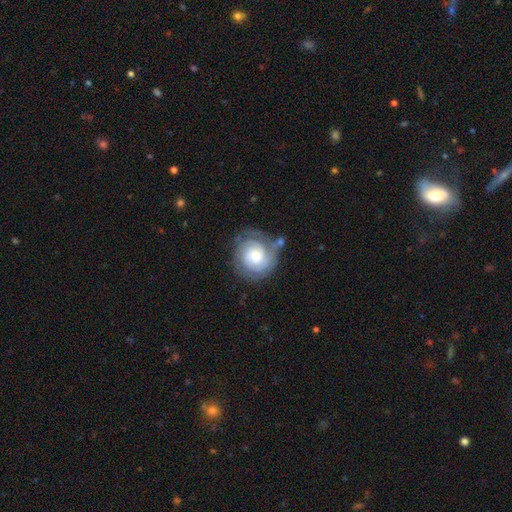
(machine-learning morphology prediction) Smooth or featured? featured or disk (76%)
Edge-on disk? no (98%)
Bar? no (70%)
Spiral arms? yes (91%)
Spiral winding? tight (74%)
Spiral arm count? 2 (35%)
Bulge size? moderate (59%)
Merging? none (67%)